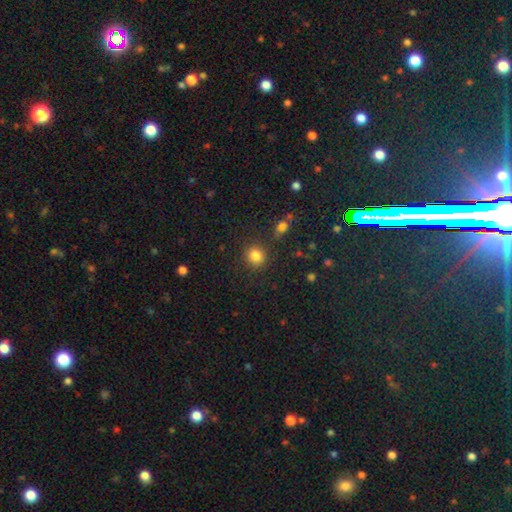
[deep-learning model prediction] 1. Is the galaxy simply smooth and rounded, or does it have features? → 83% smooth, 12% star or artifact, 5% featured or disk.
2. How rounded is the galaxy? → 86% round, 13% in between, 1% cigar-shaped.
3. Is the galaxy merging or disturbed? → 84% none, 9% minor disturbance, 4% merger, 3% major disturbance.